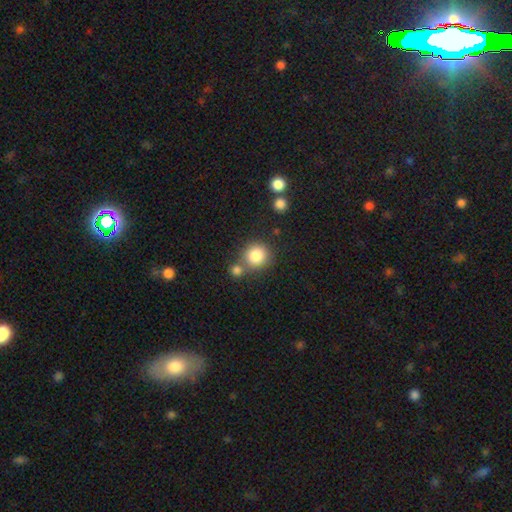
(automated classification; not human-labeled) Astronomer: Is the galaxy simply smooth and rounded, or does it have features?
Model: smooth — 83%.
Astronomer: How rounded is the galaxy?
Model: round — 90%.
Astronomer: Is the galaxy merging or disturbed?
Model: none — 64%.